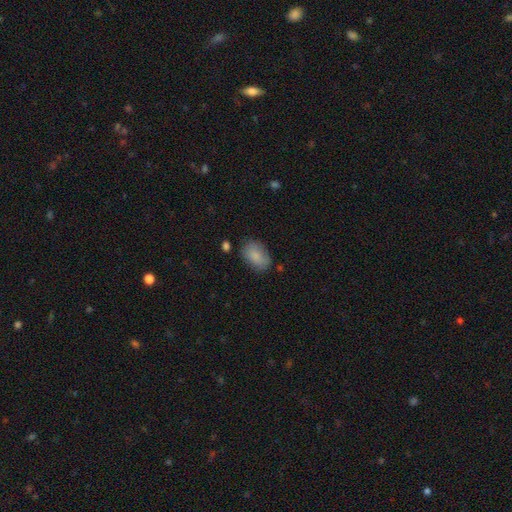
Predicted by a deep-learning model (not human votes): This appears to be a smooth galaxy with no disk features (85%) that is in between round and cigar-shaped (89%). Merging: none (75%).